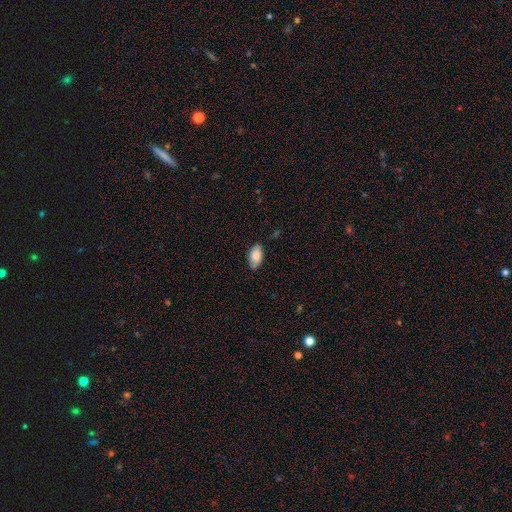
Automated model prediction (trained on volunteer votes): Smooth or featured?
  - smooth: 84% *
  - featured or disk: 9%
  - star or artifact: 7%
How rounded?
  - in between: 94% *
  - round: 3%
  - cigar-shaped: 3%
Merging?
  - none: 75% *
  - minor disturbance: 20%
  - major disturbance: 3%
  - merger: 1%